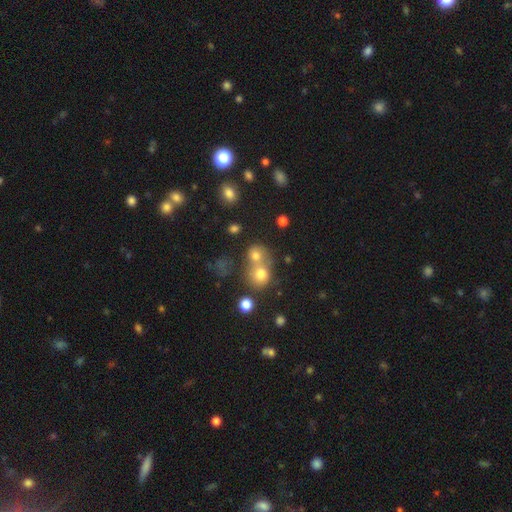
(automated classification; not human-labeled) Overall: smooth (73%). How rounded: round (77%). Merging: merger (54%; none 35%).